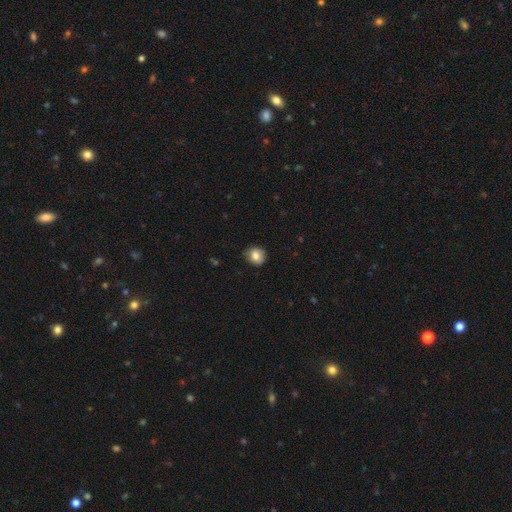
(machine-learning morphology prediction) This appears to be a smooth galaxy with no disk features (79%) that is round (77%). Merging: none (82%).